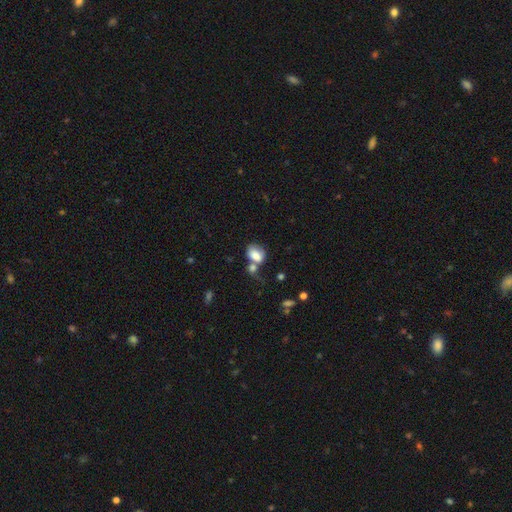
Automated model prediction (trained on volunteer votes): Morphology: type=smooth (77%); roundness=in between (72%); merging=merger (46%).